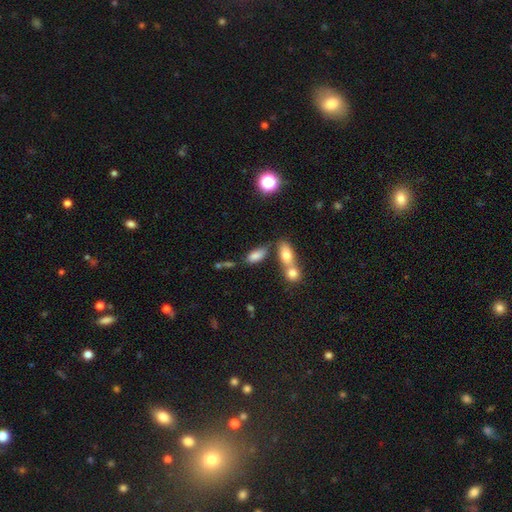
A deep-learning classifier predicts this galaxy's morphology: smooth-or-featured: smooth: 79% | star or artifact: 11% | featured or disk: 10%
  how-rounded: in between: 85% | cigar-shaped: 11% | round: 4%
  merging: none: 51% | merger: 28% | minor disturbance: 15% | major disturbance: 6%